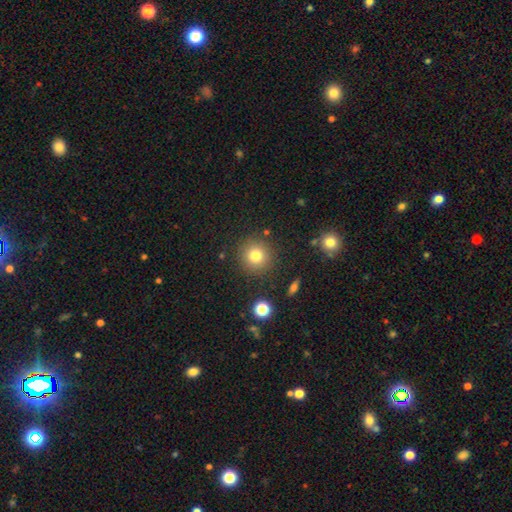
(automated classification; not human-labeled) A smooth galaxy with no disk features (79%) that is round (93%).

Vote fractions:
- Smooth or featured? smooth: 79% / star or artifact: 13% / featured or disk: 8%
- How rounded? round: 93% / in between: 6% / cigar-shaped: 1%
- Merging? none: 88% / minor disturbance: 7% / major disturbance: 3% / merger: 2%